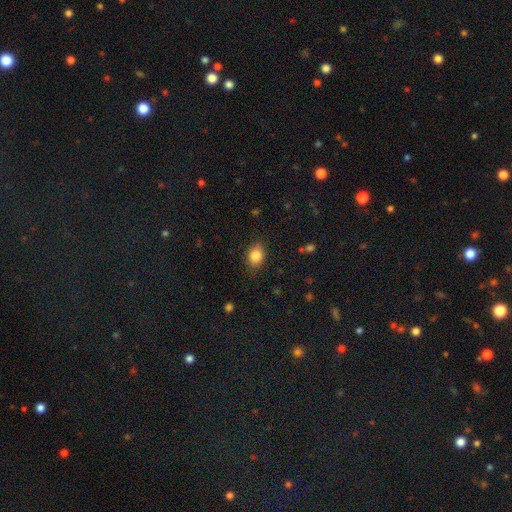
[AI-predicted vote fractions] Morphology: type=smooth (84%); roundness=in between (69%); merging=none (81%).